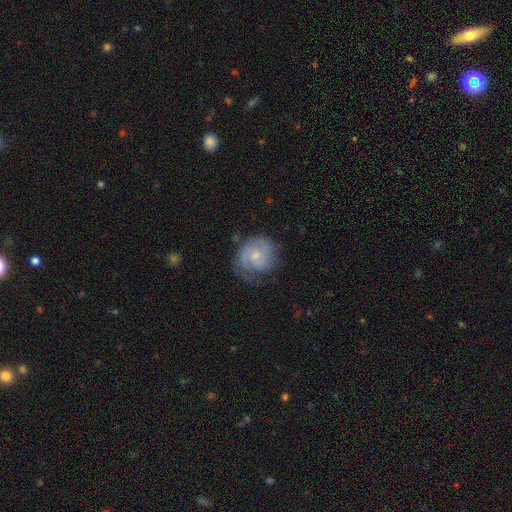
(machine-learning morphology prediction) Overall: featured or disk (64%; smooth 30%). Edge-on disk: no (98%). Bar: no (65%; weak 31%). Spiral arms: yes (89%). Spiral arm count: 2 (36%; can't tell 26%). Spiral winding: tight (47%; medium 37%). Bulge size: small (60%; moderate 33%). Merging: none (58%; minor disturbance 25%).